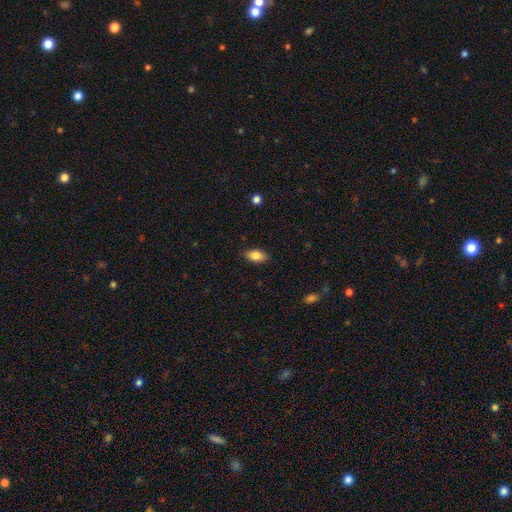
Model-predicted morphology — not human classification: This is clearly a smooth galaxy (84%). How rounded: clearly in between (90%). Merging: clearly none (86%).